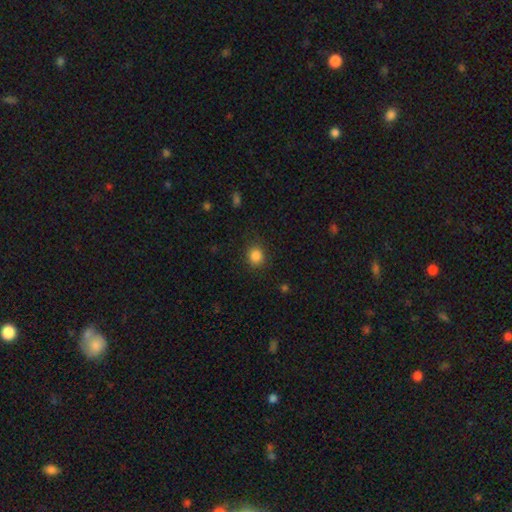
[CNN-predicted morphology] Smooth or featured? Predicted: smooth (p=0.86). How rounded? Predicted: round (p=0.79). Merging? Predicted: none (p=0.85).